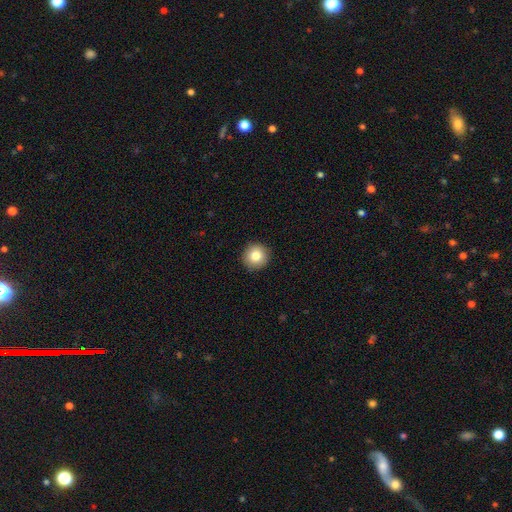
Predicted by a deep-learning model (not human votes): A smooth galaxy with no disk features (82%) that is round (95%).

Vote fractions:
- Smooth or featured? smooth: 82% / star or artifact: 9% / featured or disk: 9%
- How rounded? round: 95% / in between: 4% / cigar-shaped: 1%
- Merging? none: 92% / minor disturbance: 6% / major disturbance: 2% / merger: 1%